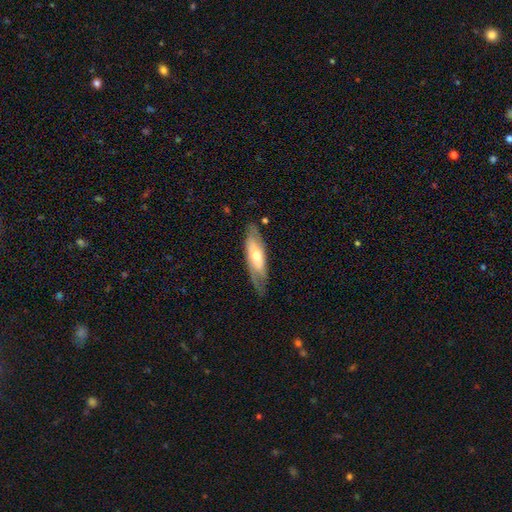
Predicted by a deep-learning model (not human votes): This appears to be a featured or disk galaxy (58%). Merging: none (71%).